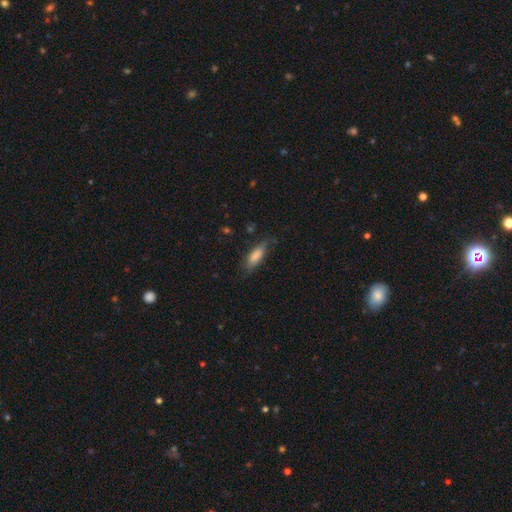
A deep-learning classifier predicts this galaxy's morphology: Overall: smooth (80%). How rounded: in between (63%; cigar-shaped 35%). Merging: none (67%).